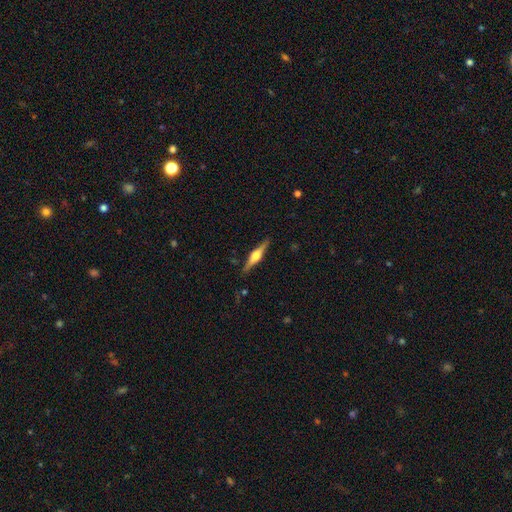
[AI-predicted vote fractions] Smooth or featured: featured or disk — 76% (smooth — 19%)
Edge-on disk: yes — 98% (no — 2%)
Edge-on bulge: rounded — 92% (boxy — 6%)
Merging: none — 89% (minor disturbance — 8%)